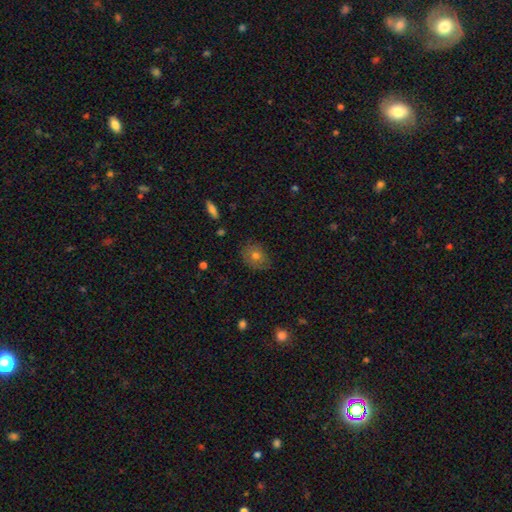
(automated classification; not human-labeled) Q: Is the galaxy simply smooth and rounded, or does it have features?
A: smooth — 67%.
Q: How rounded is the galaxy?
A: round — 51%.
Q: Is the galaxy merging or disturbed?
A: none — 79%.